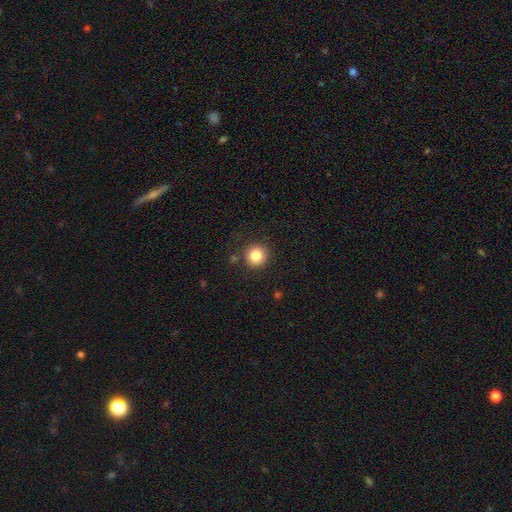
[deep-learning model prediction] Morphology: type=smooth (83%); roundness=round (94%); merging=none (88%).